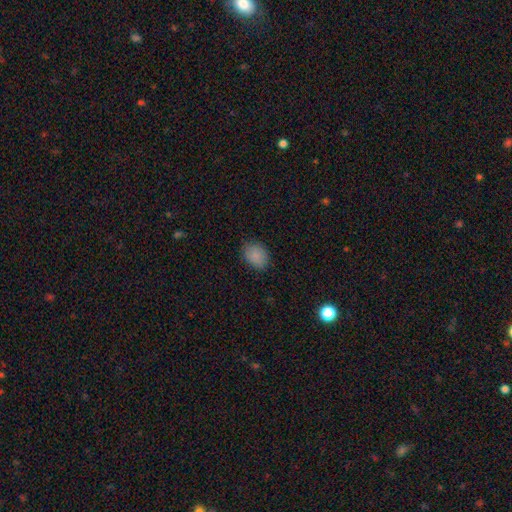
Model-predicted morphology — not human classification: A smooth galaxy with no disk features (86%) that is in between round and cigar-shaped (66%).

Vote fractions:
- Smooth or featured? smooth: 86% / star or artifact: 9% / featured or disk: 4%
- How rounded? in between: 66% / round: 33% / cigar-shaped: 1%
- Merging? none: 81% / minor disturbance: 15% / major disturbance: 3% / merger: 1%